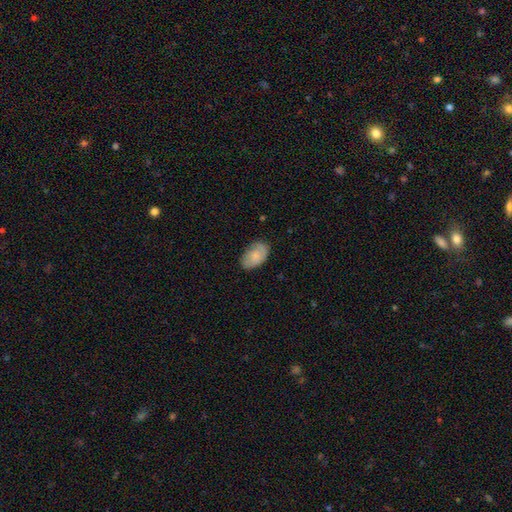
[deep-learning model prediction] smooth_or_featured: smooth (p=0.76) [alt: featured or disk p=0.17]
how_rounded: in between (p=0.92) [alt: round p=0.06]
merging: none (p=0.73) [alt: minor disturbance p=0.21]